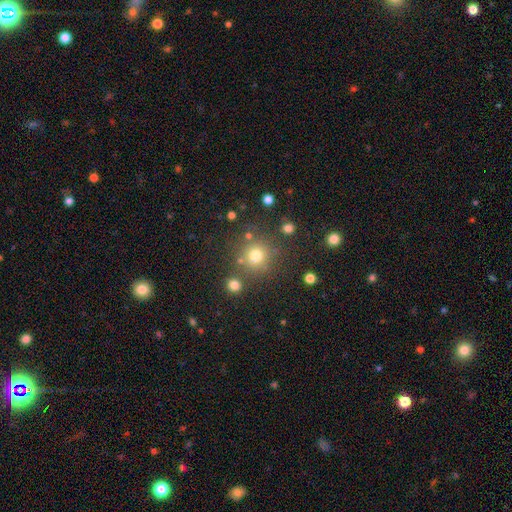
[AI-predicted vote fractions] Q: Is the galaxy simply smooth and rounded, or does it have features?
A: smooth — 75%.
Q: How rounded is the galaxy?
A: round — 92%.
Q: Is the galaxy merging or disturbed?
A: none — 77%.